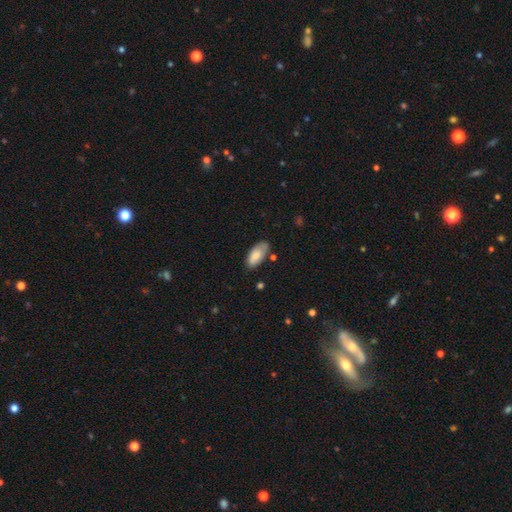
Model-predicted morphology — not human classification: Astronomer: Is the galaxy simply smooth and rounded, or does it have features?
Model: smooth — 79%.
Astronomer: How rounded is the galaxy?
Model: in between — 91%.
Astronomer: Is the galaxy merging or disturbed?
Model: none — 67%.